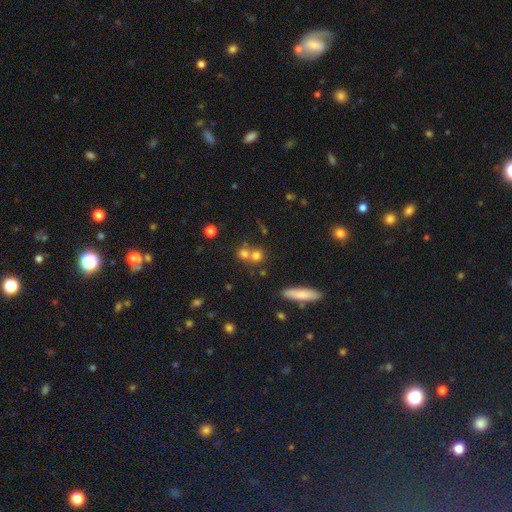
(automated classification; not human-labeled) A smooth galaxy with no disk features (69%) that is round (81%). Merging: merger (49%).